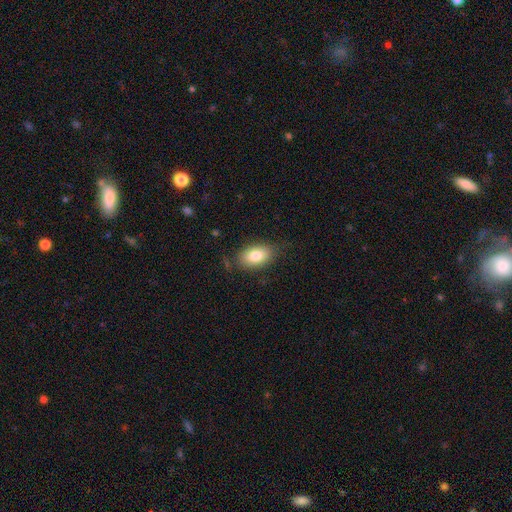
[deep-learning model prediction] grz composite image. It shows a smooth galaxy with no disk features (81%) that is in between round and cigar-shaped (90%). Merging: none (77%).